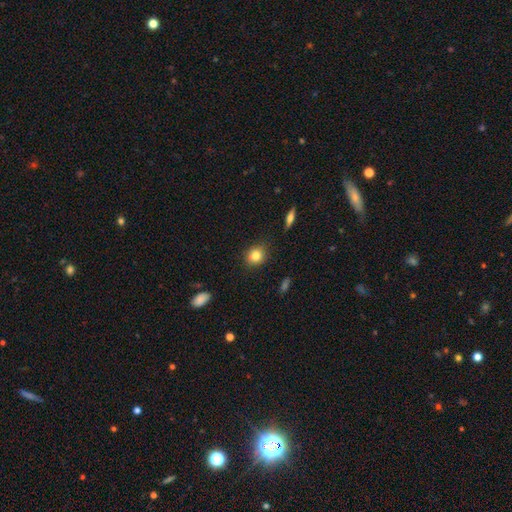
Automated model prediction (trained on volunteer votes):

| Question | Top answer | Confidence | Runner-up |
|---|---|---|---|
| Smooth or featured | smooth | 81% | star or artifact (10%) |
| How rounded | round | 76% | in between (22%) |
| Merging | none | 86% | minor disturbance (10%) |